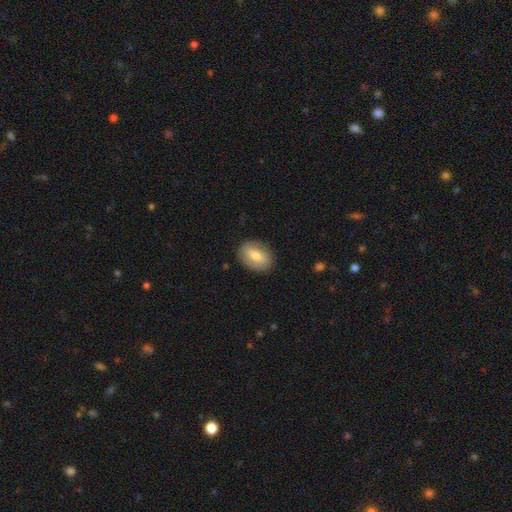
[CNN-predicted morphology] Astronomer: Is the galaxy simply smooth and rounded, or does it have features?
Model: smooth — 66%.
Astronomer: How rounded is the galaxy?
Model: in between — 74%.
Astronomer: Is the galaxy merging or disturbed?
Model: none — 85%.